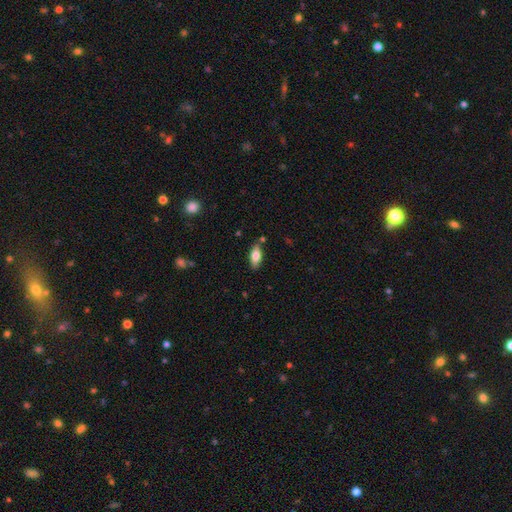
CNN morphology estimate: type=smooth (74%); roundness=in between (81%); merging=none (83%).